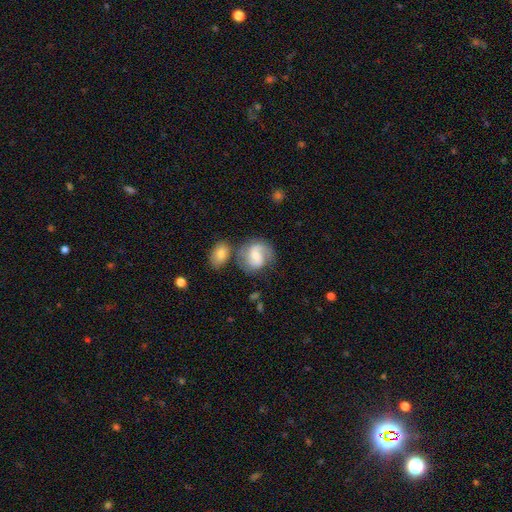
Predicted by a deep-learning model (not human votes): Smooth or featured? featured or disk (70%)
Edge-on disk? no (98%)
Bar? weak (48%)
Spiral arms? yes (92%)
Spiral winding? medium (50%)
Spiral arm count? 2 (84%)
Bulge size? moderate (47%)
Merging? none (61%)